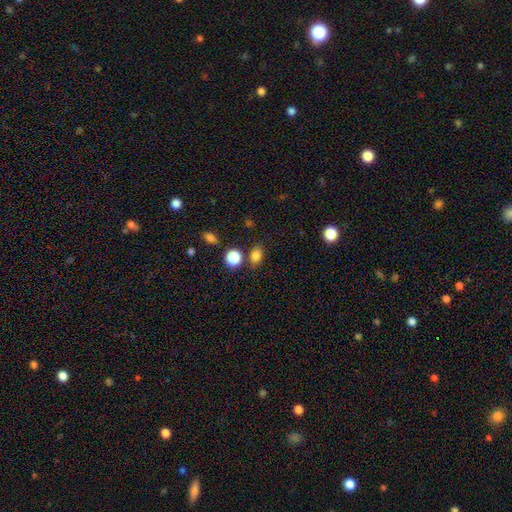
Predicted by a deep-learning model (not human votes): smooth 80%, star or artifact 14%, featured or disk 6%. Down the decision tree: how rounded — in between (67%); merging — none (75%).